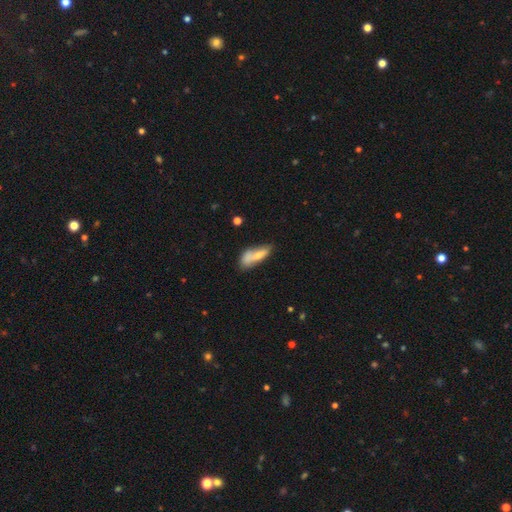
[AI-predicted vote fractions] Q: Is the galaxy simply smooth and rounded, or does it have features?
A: smooth — 64%.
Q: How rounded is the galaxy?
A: in between — 66%.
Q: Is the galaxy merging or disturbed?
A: none — 35%.